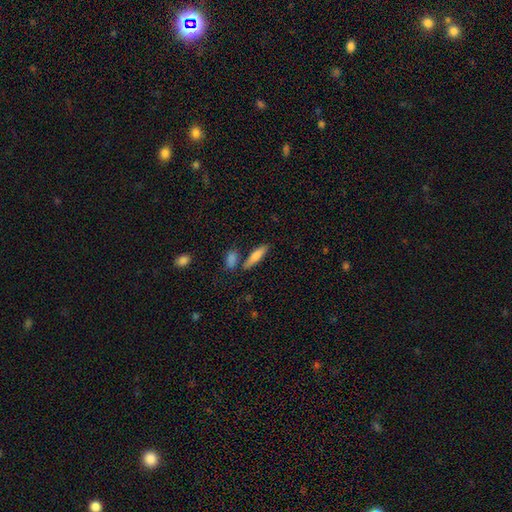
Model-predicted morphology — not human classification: smooth_or_featured: smooth (p=0.71) [alt: featured or disk p=0.23]
how_rounded: cigar-shaped (p=0.72) [alt: in between p=0.26]
merging: none (p=0.75) [alt: merger p=0.12]